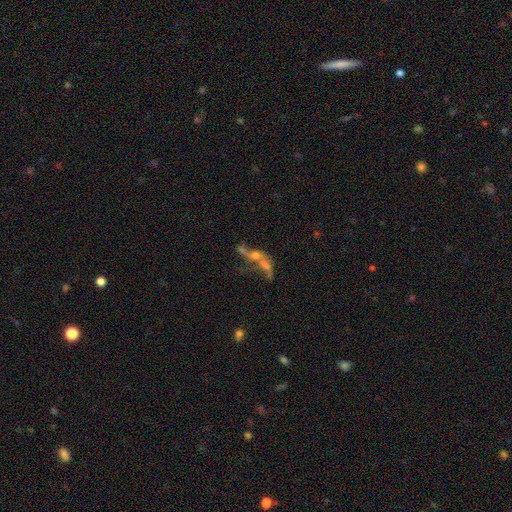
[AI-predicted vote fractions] This is possibly a featured or disk galaxy (59%). It is clearly not viewed edge-on (88%). Bar: likely no (75%). Spiral arm pattern: possibly no (59%). Central bulge: marginally none (32%). Merging: marginally merger (43%).